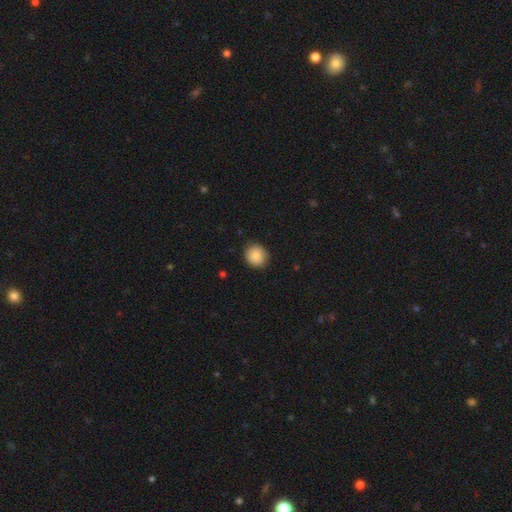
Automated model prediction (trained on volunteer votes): smooth_or_featured: smooth (p=0.86) [alt: star or artifact p=0.08]
how_rounded: round (p=0.78) [alt: in between p=0.21]
merging: none (p=0.87) [alt: minor disturbance p=0.10]